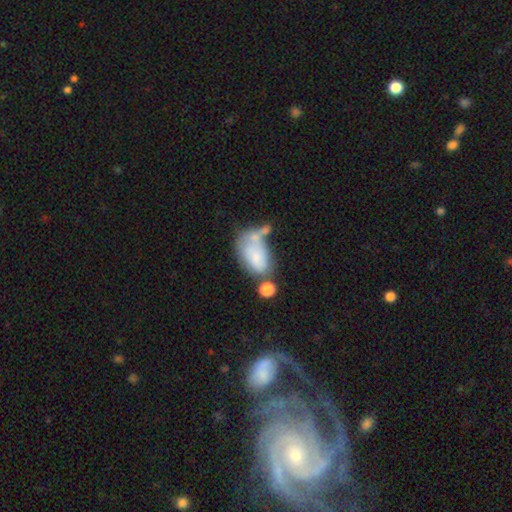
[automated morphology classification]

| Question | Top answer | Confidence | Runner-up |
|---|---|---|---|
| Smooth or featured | smooth | 67% | featured or disk (24%) |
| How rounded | in between | 91% | round (7%) |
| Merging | merger | 35% | none (26%) |